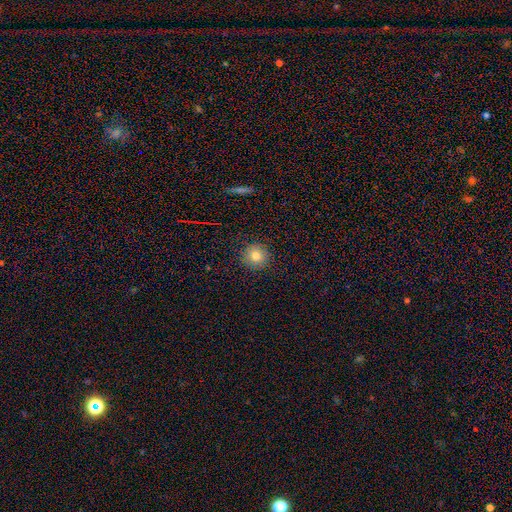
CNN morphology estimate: smooth 79%, star or artifact 13%, featured or disk 8%. Down the decision tree: how rounded — round (93%); merging — none (91%).